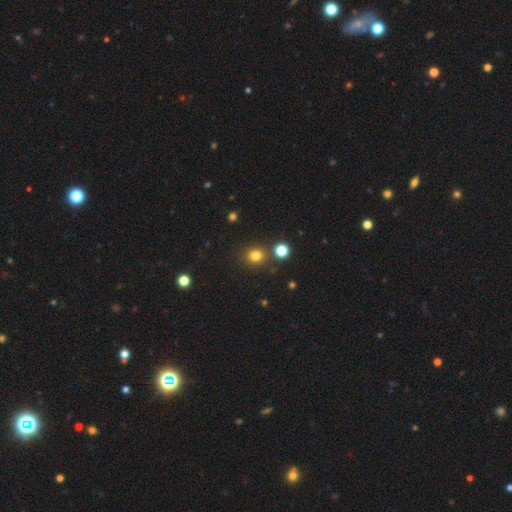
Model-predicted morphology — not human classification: smooth-or-featured: smooth: 78% | star or artifact: 16% | featured or disk: 5%
  how-rounded: round: 81% | in between: 18% | cigar-shaped: 1%
  merging: none: 81% | minor disturbance: 8% | merger: 8% | major disturbance: 3%